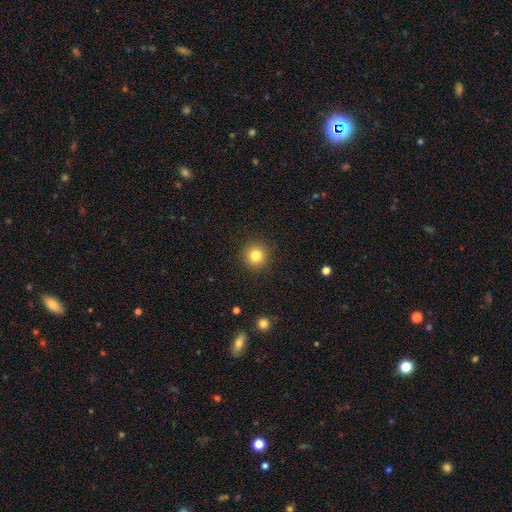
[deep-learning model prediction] Overall: smooth (82%). How rounded: round (95%). Merging: none (91%).